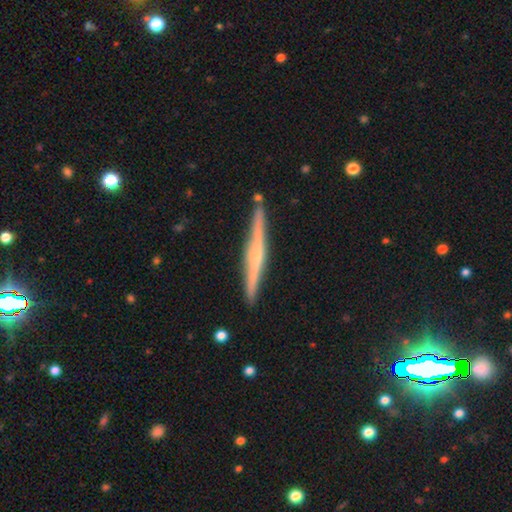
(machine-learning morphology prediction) featured or disk 70%, smooth 24%, star or artifact 6%. Down the decision tree: edge-on disk — yes (98%); edge-on bulge — rounded (52%); merging — none (88%).